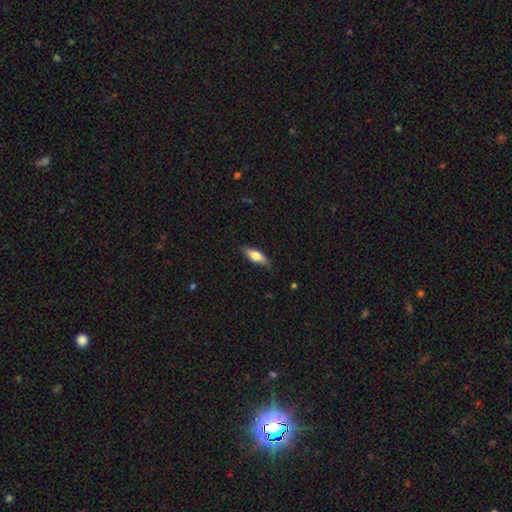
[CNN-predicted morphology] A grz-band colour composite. It shows a smooth galaxy with no disk features (75%) that is in between round and cigar-shaped (63%). Merging: none (82%).